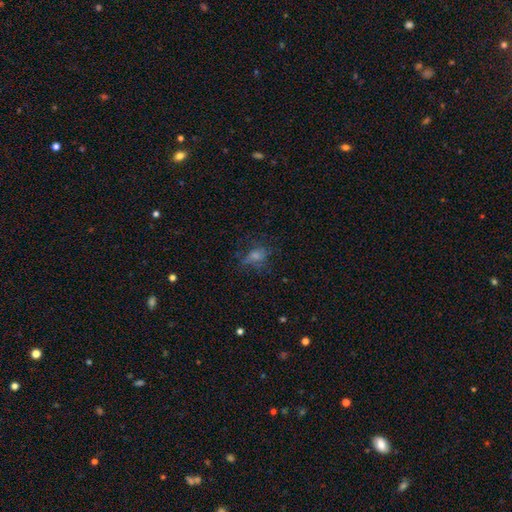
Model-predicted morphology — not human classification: The model was most divided on "smooth or featured": smooth: 42%, star or artifact: 31%, featured or disk: 27%. More confident: merging — none (60%).